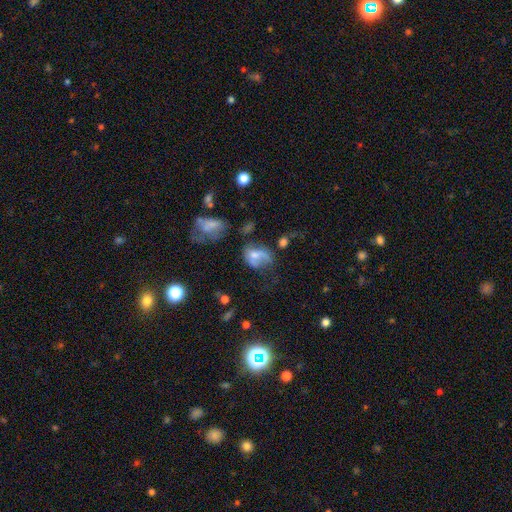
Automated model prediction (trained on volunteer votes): The model was most divided on "merging": major disturbance: 38%, none: 26%, minor disturbance: 23%, merger: 12%. More confident: how rounded — in between (65%); smooth or featured — smooth (51%).